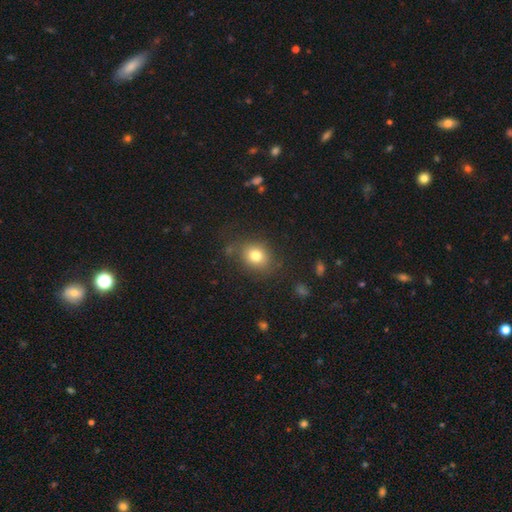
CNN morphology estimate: A smooth galaxy with no disk features (79%) that is round (56%). Merging: none (77%).